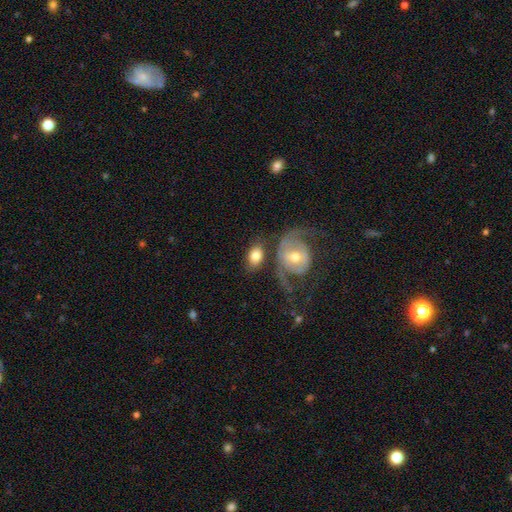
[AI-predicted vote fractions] smooth_or_featured: smooth (p=0.70) [alt: featured or disk p=0.25]
how_rounded: in between (p=0.81) [alt: round p=0.18]
merging: none (p=0.56) [alt: merger p=0.20]